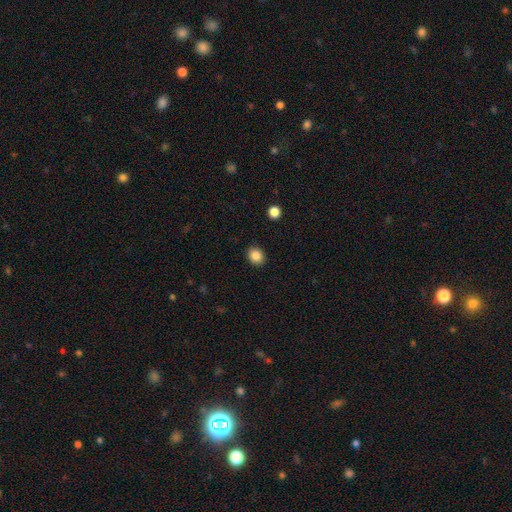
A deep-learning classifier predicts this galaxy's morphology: A smooth galaxy with no disk features (86%) that is round (66%).

Vote fractions:
- Smooth or featured? smooth: 86% / star or artifact: 10% / featured or disk: 4%
- How rounded? round: 66% / in between: 33% / cigar-shaped: 1%
- Merging? none: 91% / minor disturbance: 6% / major disturbance: 2% / merger: 1%